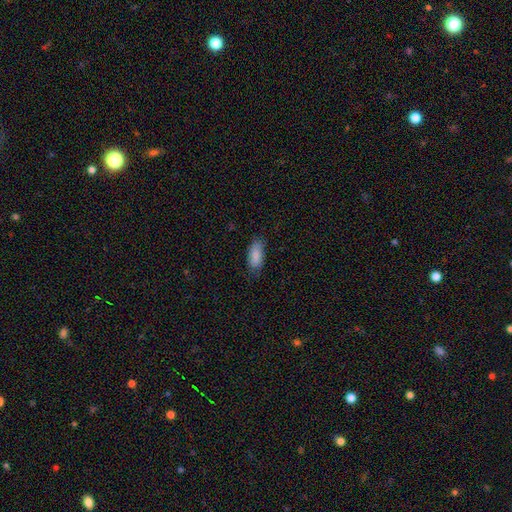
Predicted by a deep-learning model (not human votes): Smooth or featured?
  - smooth: 87% *
  - featured or disk: 7%
  - star or artifact: 7%
How rounded?
  - in between: 87% *
  - cigar-shaped: 11%
  - round: 2%
Merging?
  - none: 72% *
  - minor disturbance: 22%
  - major disturbance: 5%
  - merger: 1%